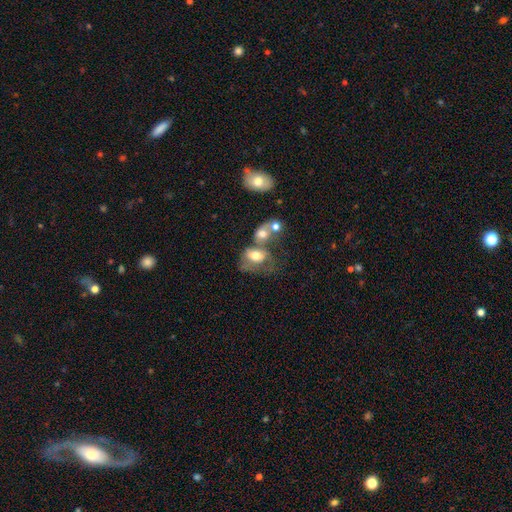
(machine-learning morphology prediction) Overall: smooth (59%; featured or disk 31%). How rounded: in between (75%). Merging: merger (50%; major disturbance 21%).